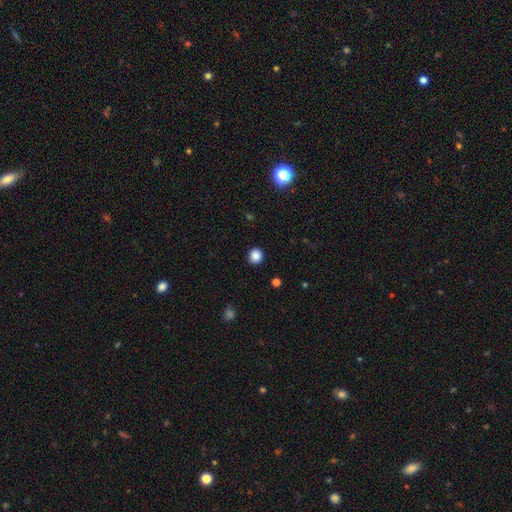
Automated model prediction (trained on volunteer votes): Morphology: type=smooth (86%); roundness=round (92%); merging=none (92%).